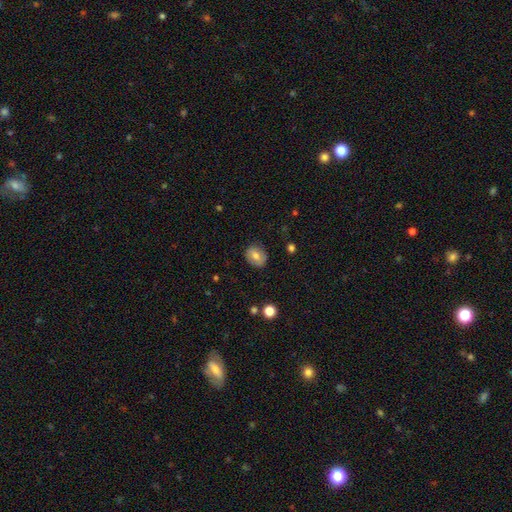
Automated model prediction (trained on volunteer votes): smooth_or_featured: smooth (p=0.69) [alt: featured or disk p=0.23]
how_rounded: round (p=0.56) [alt: in between p=0.43]
merging: none (p=0.84) [alt: minor disturbance p=0.12]